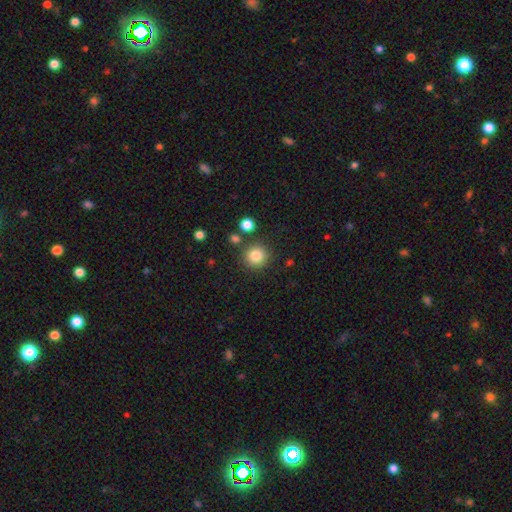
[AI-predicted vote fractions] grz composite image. It shows a smooth galaxy with no disk features (83%) that is round (93%). Merging: none (85%).